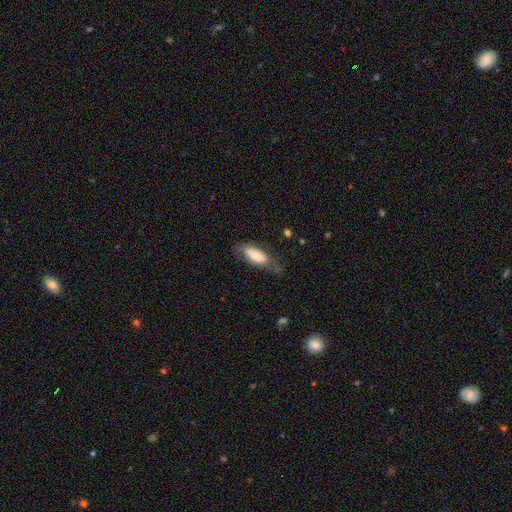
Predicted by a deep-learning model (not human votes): smooth-or-featured: smooth: 65% | featured or disk: 28% | star or artifact: 7%
  how-rounded: in between: 81% | cigar-shaped: 17% | round: 2%
  merging: none: 59% | minor disturbance: 27% | major disturbance: 12% | merger: 2%